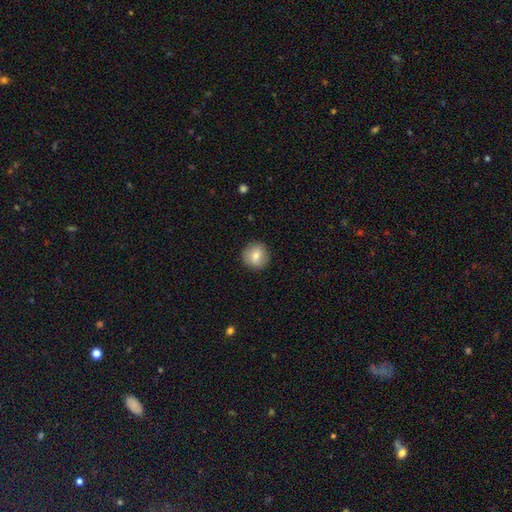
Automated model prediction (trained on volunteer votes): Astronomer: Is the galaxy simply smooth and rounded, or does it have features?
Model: smooth — 75%.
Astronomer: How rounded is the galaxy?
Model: round — 91%.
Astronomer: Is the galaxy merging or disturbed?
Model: none — 89%.